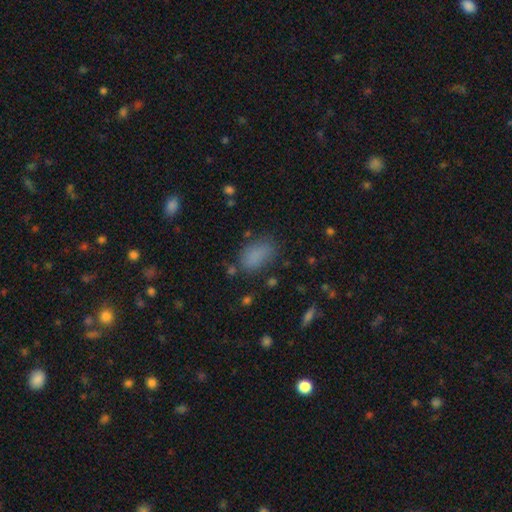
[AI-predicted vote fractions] Morphology: type=smooth (81%); roundness=in between (88%); merging=none (69%).